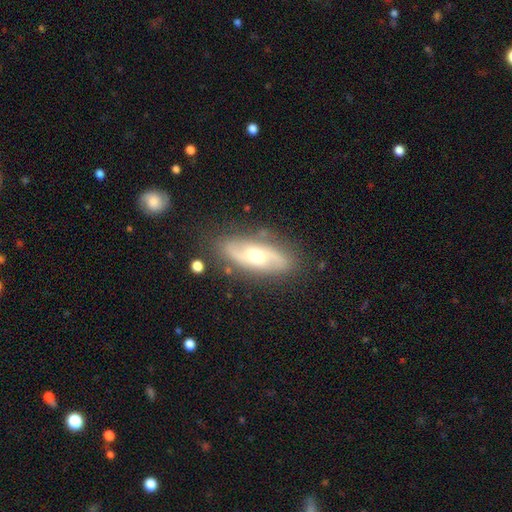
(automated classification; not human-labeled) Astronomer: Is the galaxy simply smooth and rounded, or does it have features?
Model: featured or disk — 74%.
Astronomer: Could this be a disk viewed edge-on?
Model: no — 86%.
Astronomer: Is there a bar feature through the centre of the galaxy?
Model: no — 56% (runner-up: weak, 32%).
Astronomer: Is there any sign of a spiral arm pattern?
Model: yes — 86%.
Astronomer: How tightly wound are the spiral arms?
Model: medium — 41% (runner-up: loose, 38%).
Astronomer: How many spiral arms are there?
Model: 2 — 86%.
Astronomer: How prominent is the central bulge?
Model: moderate — 71%.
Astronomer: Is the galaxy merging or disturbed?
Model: none — 80%.